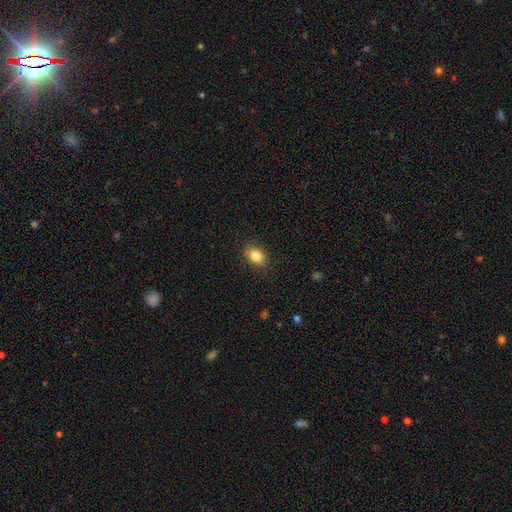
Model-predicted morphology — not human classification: Overall: smooth (86%). How rounded: in between (66%; round 33%). Merging: none (86%).